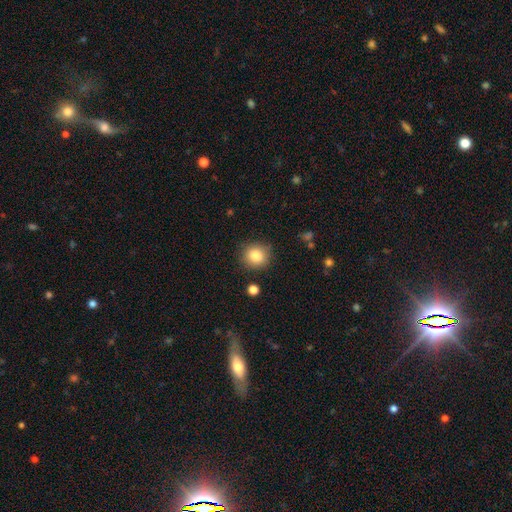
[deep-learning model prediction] Smooth or featured? Predicted: smooth (p=0.83). How rounded? Predicted: round (p=0.88). Merging? Predicted: none (p=0.87).